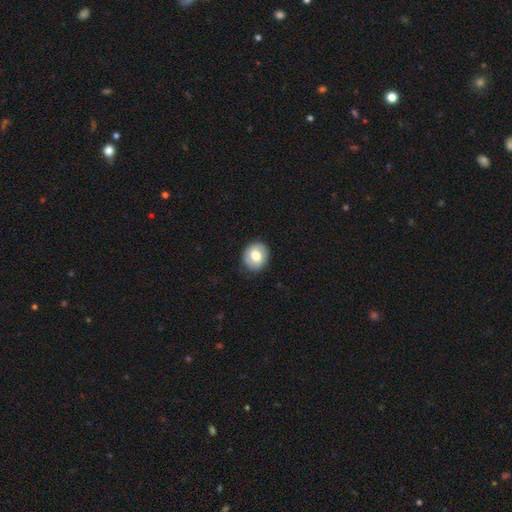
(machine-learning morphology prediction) type=smooth (71%); roundness=round (78%); merging=none (88%).